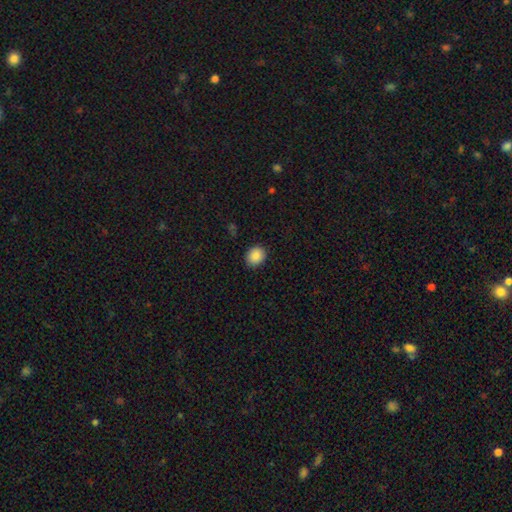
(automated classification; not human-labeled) smooth 88%, star or artifact 9%, featured or disk 4%. Down the decision tree: how rounded — round (61%); merging — none (89%).